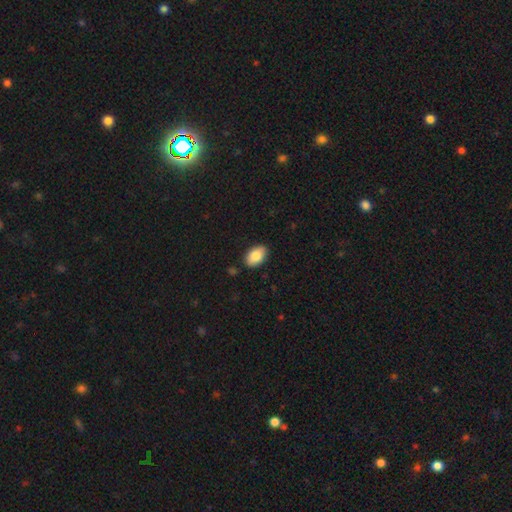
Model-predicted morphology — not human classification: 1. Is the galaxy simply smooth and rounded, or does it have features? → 84% smooth, 10% featured or disk, 7% star or artifact.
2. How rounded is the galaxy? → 91% in between, 8% round, 1% cigar-shaped.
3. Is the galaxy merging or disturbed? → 87% none, 10% minor disturbance, 2% major disturbance, 1% merger.